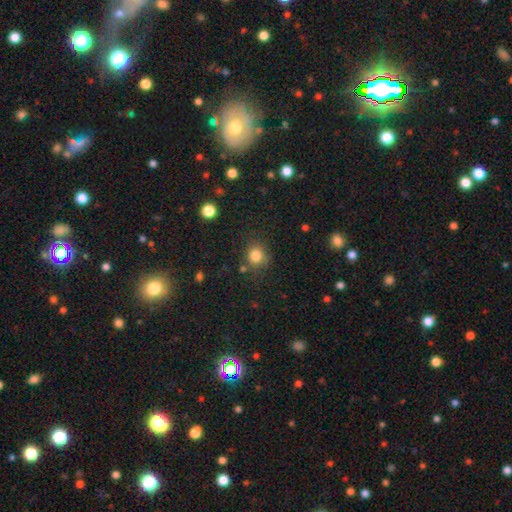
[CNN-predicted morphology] A smooth galaxy with no disk features (82%) that is round (82%). Merging: none (77%).